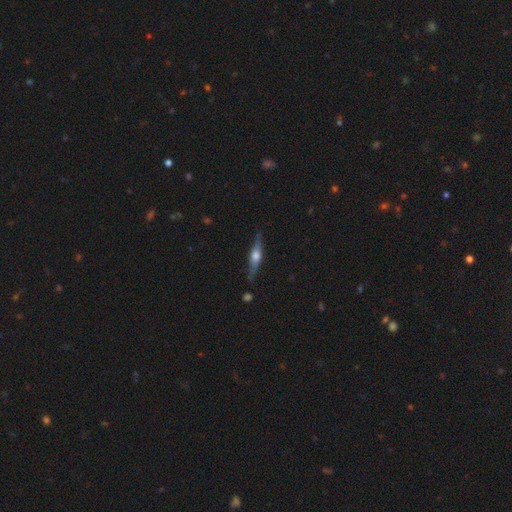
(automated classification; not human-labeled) smooth-or-featured: featured or disk: 66% | smooth: 28% | star or artifact: 6%
  disk-edge-on: yes: 95% | no: 5%
    edge-on-bulge: rounded: 90% | boxy: 7% | none: 3%
  merging: none: 82% | minor disturbance: 14% | major disturbance: 3% | merger: 2%